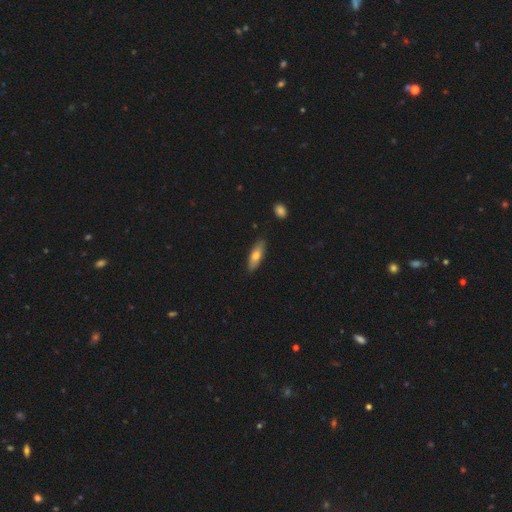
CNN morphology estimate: smooth_or_featured: smooth (p=0.69) [alt: featured or disk p=0.25]
how_rounded: in between (p=0.54) [alt: cigar-shaped p=0.43]
merging: none (p=0.86) [alt: minor disturbance p=0.10]